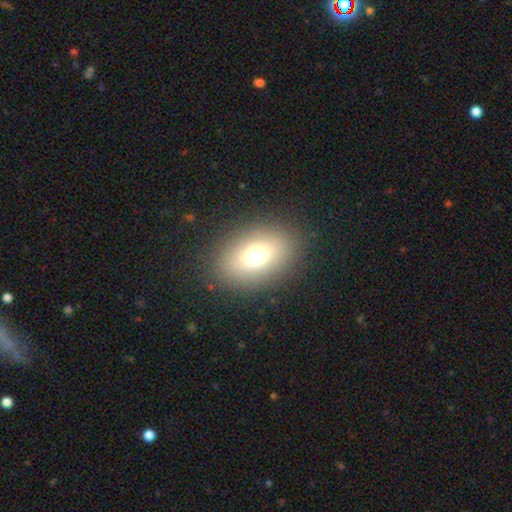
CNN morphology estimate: Smooth or featured? Predicted: smooth (p=0.71). How rounded? Predicted: in between (p=0.77). Merging? Predicted: none (p=0.86).